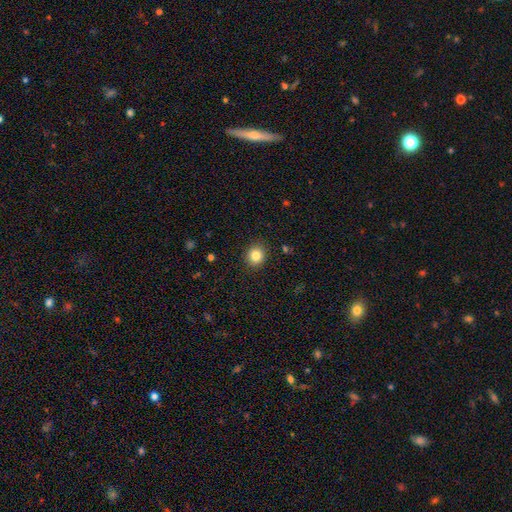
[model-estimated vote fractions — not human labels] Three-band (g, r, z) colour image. It shows a smooth galaxy with no disk features (84%) that is round (81%). Merging: none (90%).